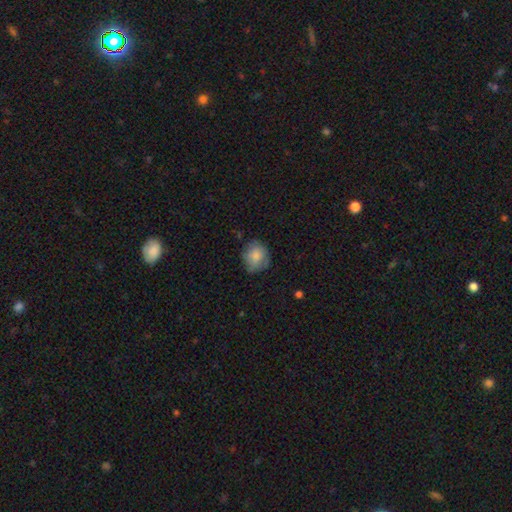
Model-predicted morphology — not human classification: The model was most divided on "merging": none: 65%, minor disturbance: 26%, major disturbance: 7%, merger: 2%. More confident: smooth or featured — smooth (78%); how rounded — round (72%).